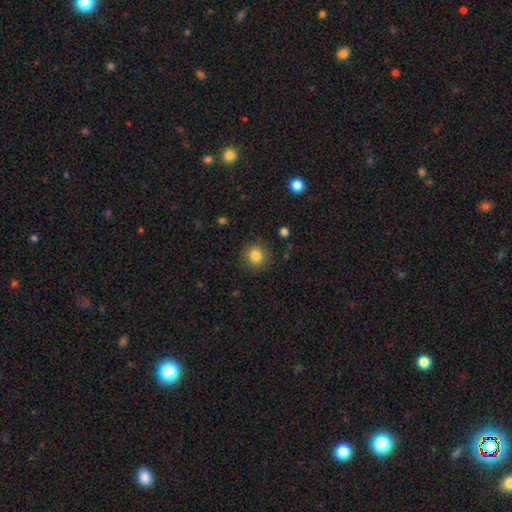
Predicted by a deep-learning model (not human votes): The model was most divided on "smooth or featured": smooth: 83%, star or artifact: 11%, featured or disk: 6%. More confident: how rounded — round (92%); merging — none (88%).